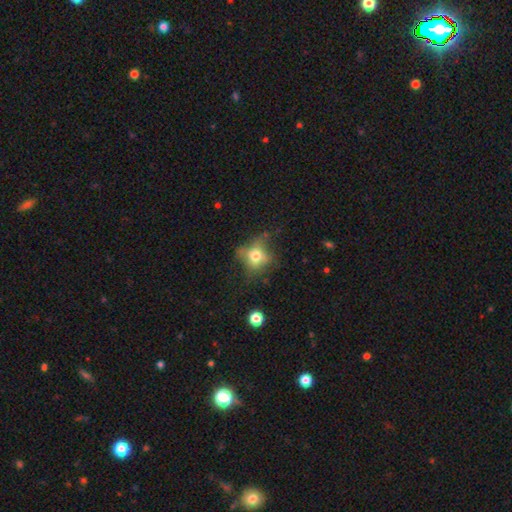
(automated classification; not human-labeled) A smooth galaxy with no disk features (60%) that is round (61%).

Vote fractions:
- Smooth or featured? smooth: 60% / featured or disk: 26% / star or artifact: 14%
- How rounded? round: 61% / in between: 37% / cigar-shaped: 2%
- Merging? none: 52% / minor disturbance: 25% / major disturbance: 20% / merger: 3%